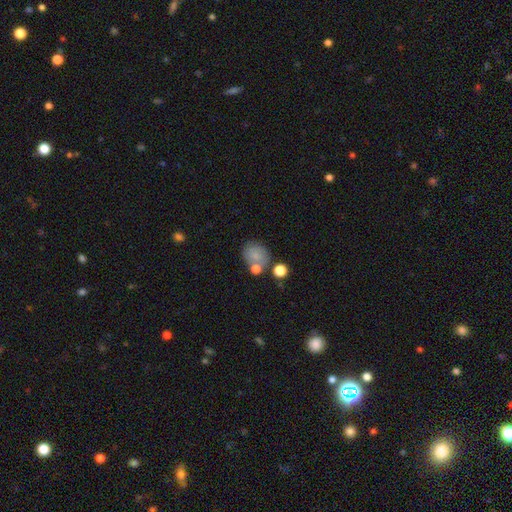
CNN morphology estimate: smooth-or-featured: smooth: 77% | featured or disk: 13% | star or artifact: 10%
  how-rounded: round: 64% | in between: 35% | cigar-shaped: 1%
  merging: none: 57% | merger: 21% | minor disturbance: 15% | major disturbance: 6%